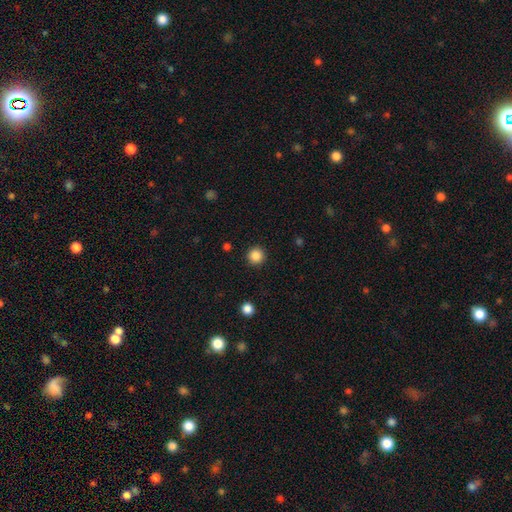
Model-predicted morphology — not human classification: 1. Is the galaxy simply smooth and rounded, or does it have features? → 86% smooth, 11% star or artifact, 3% featured or disk.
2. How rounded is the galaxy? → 96% round, 4% in between, 1% cigar-shaped.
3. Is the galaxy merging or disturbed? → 92% none, 5% minor disturbance, 2% major disturbance, 1% merger.